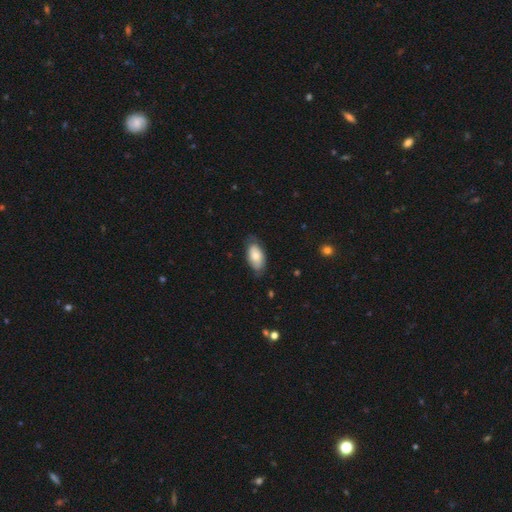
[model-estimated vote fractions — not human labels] Overall: smooth (65%; featured or disk 29%). How rounded: in between (94%). Merging: none (68%).